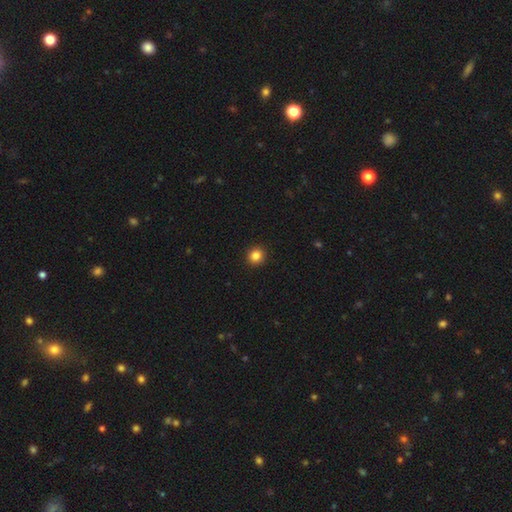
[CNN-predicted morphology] smooth_or_featured: smooth (p=0.84) [alt: star or artifact p=0.11]
how_rounded: round (p=0.92) [alt: in between p=0.07]
merging: none (p=0.93) [alt: minor disturbance p=0.04]